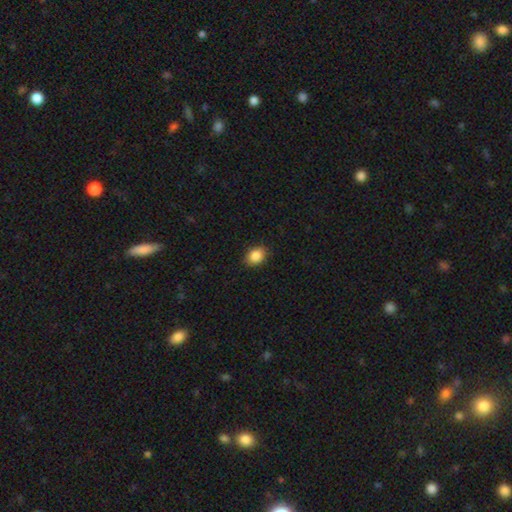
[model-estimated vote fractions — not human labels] Smooth or featured? smooth (87%)
How rounded? in between (59%)
Merging? none (87%)